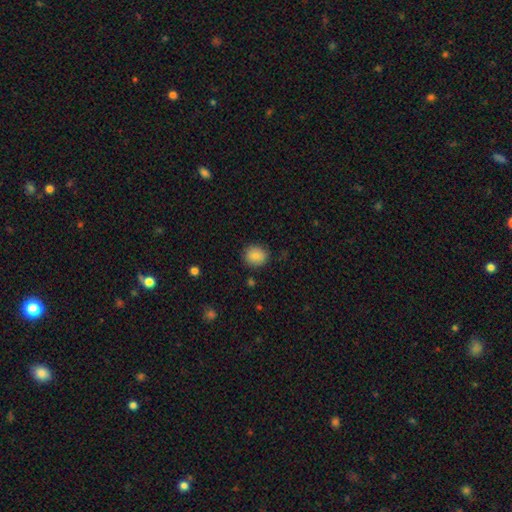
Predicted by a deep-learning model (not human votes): Smooth or featured?
  - smooth: 84% *
  - star or artifact: 9%
  - featured or disk: 7%
How rounded?
  - round: 79% *
  - in between: 20%
  - cigar-shaped: 1%
Merging?
  - none: 84% *
  - minor disturbance: 12%
  - major disturbance: 3%
  - merger: 1%